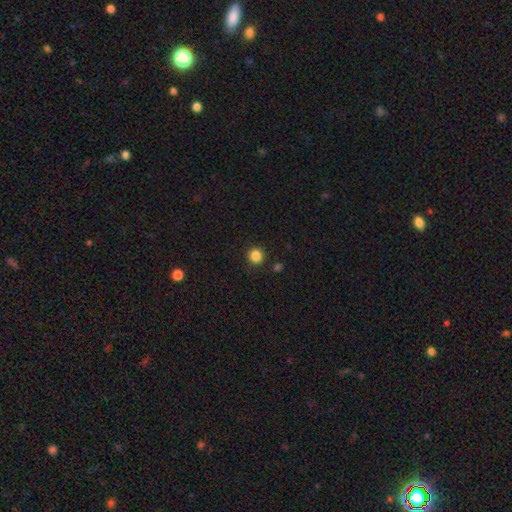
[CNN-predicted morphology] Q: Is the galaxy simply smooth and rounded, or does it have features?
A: smooth — 85%.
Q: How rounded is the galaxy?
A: round — 93%.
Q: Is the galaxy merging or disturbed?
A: none — 90%.